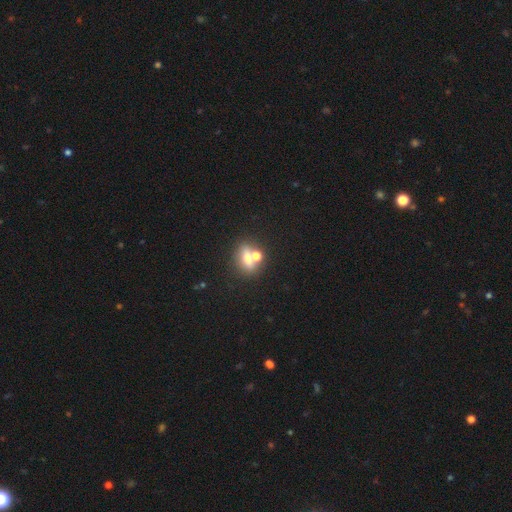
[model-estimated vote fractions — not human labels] smooth-or-featured: smooth: 58% | featured or disk: 26% | star or artifact: 16%
  how-rounded: in between: 48% | round: 42% | cigar-shaped: 10%
  merging: none: 51% | merger: 35% | minor disturbance: 10% | major disturbance: 4%